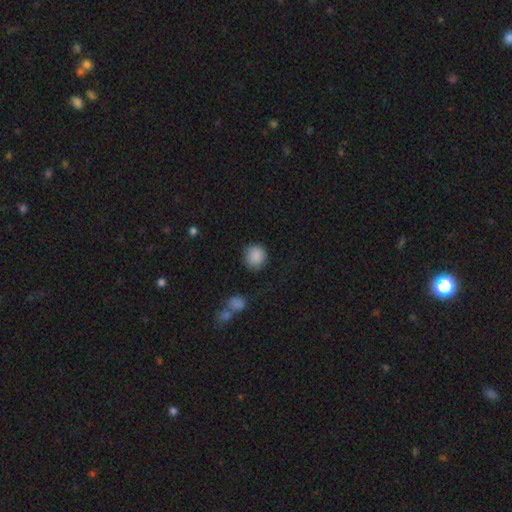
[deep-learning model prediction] A smooth galaxy with no disk features (87%) that is round (87%). Merging: none (82%).